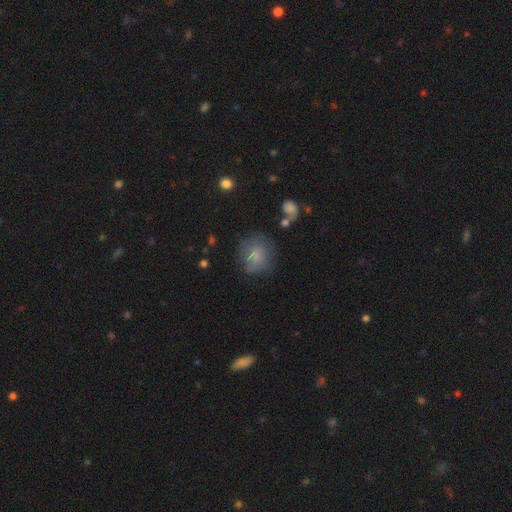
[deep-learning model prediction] smooth_or_featured: smooth (p=0.74) [alt: featured or disk p=0.16]
how_rounded: round (p=0.67) [alt: in between p=0.32]
merging: none (p=0.59) [alt: minor disturbance p=0.24]